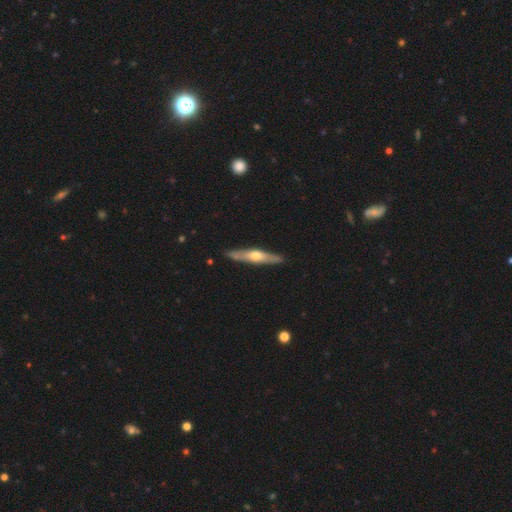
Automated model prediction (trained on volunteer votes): A featured or disk galaxy (64%) viewed edge-on (93%) with a rounded central bulge (89%). Merging: none (89%).